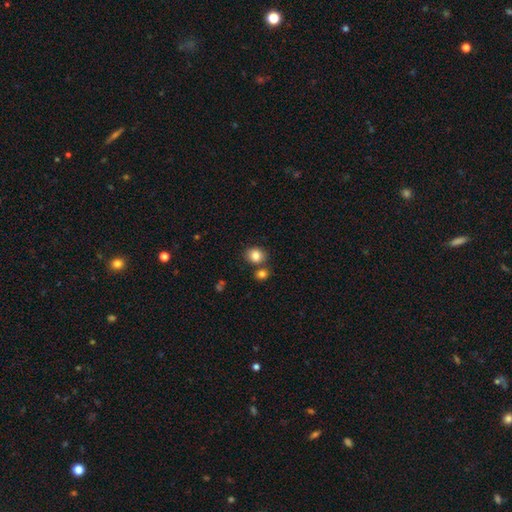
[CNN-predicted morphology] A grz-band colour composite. It shows a smooth galaxy with no disk features (84%) that is round (71%). Merging: none (71%).